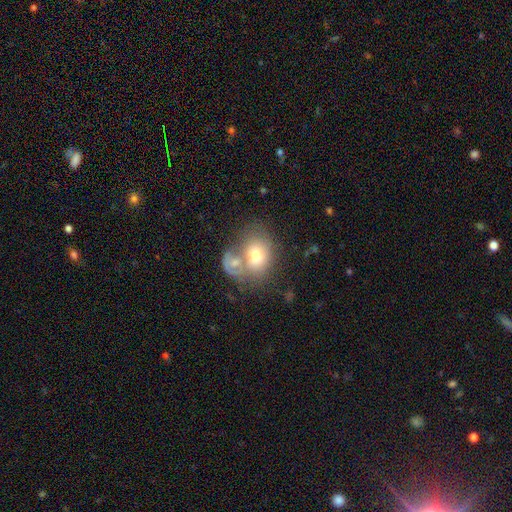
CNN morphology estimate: A smooth galaxy with no disk features (66%) that is in between round and cigar-shaped (57%). Merging: merger (54%).